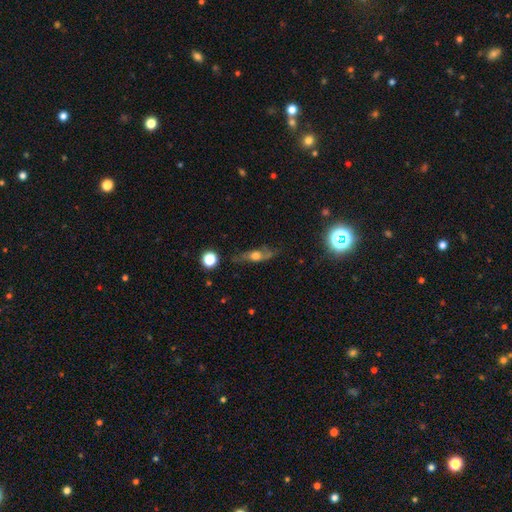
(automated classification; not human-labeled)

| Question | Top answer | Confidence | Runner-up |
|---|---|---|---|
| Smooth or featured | featured or disk | 53% | smooth (37%) |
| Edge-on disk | yes | 54% | no (46%) |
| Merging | none | 64% | minor disturbance (23%) |